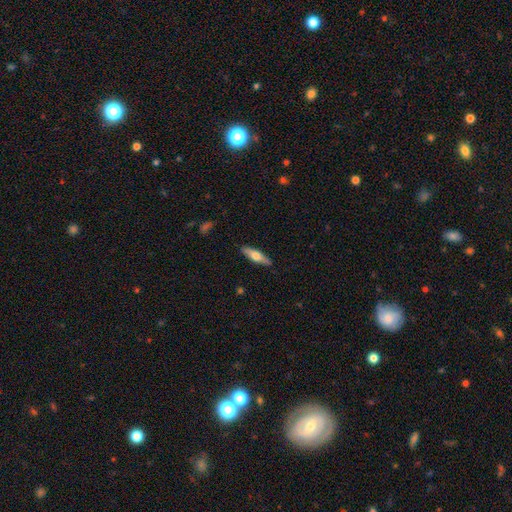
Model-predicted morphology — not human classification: Q: Smooth or featured?
A: smooth (52%); runner-up: featured or disk (42%)
Q: How rounded?
A: cigar-shaped (66%); runner-up: in between (32%)
Q: Merging?
A: none (89%); runner-up: minor disturbance (8%)